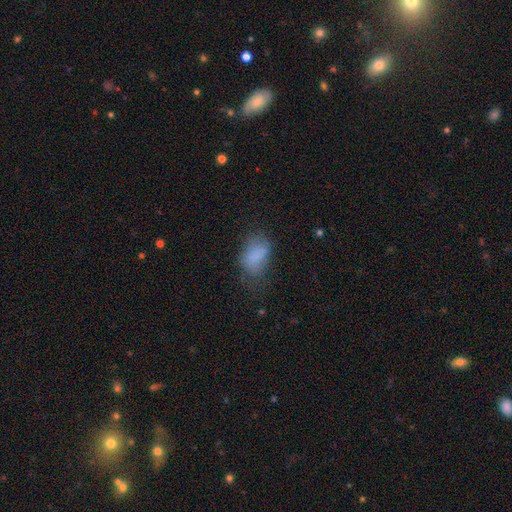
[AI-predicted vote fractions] Smooth or featured?
  - smooth: 77% *
  - featured or disk: 13%
  - star or artifact: 11%
How rounded?
  - in between: 88% *
  - round: 11%
  - cigar-shaped: 2%
Merging?
  - none: 49% *
  - minor disturbance: 30%
  - major disturbance: 19%
  - merger: 2%